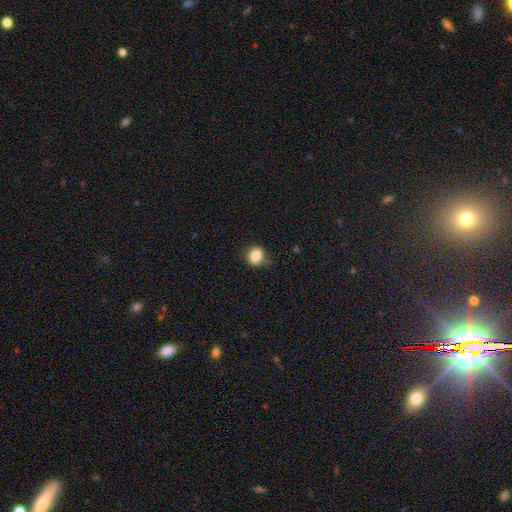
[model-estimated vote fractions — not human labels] A smooth galaxy with no disk features (84%) that is round (71%).

Vote fractions:
- Smooth or featured? smooth: 84% / star or artifact: 10% / featured or disk: 5%
- How rounded? round: 71% / in between: 28% / cigar-shaped: 1%
- Merging? none: 77% / minor disturbance: 18% / major disturbance: 4% / merger: 1%